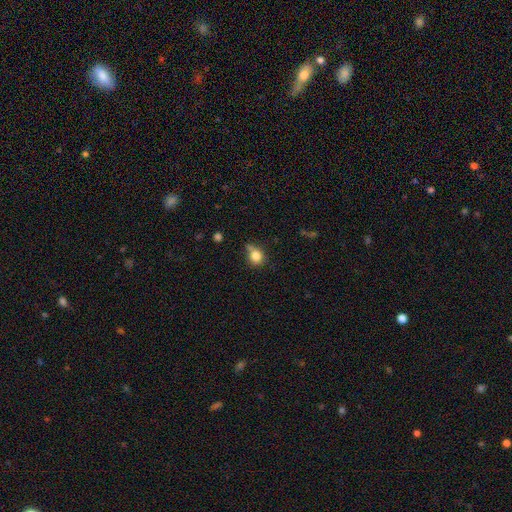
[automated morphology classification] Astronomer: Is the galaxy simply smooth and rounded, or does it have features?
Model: smooth — 82%.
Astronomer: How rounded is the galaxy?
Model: round — 76%.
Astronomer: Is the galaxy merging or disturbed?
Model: none — 53%.